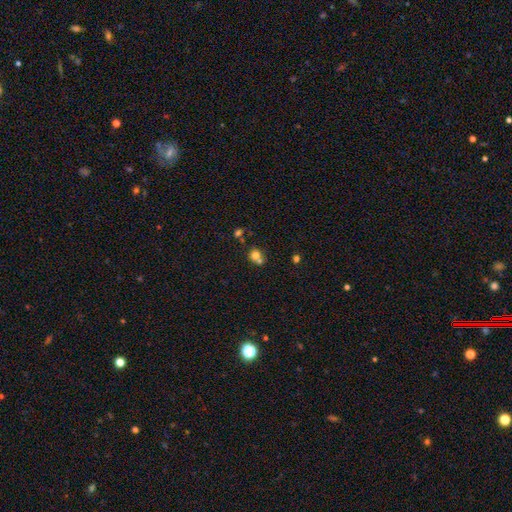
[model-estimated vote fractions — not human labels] Smooth or featured? Predicted: smooth (p=0.73). How rounded? Predicted: round (p=0.81). Merging? Predicted: merger (p=0.47).